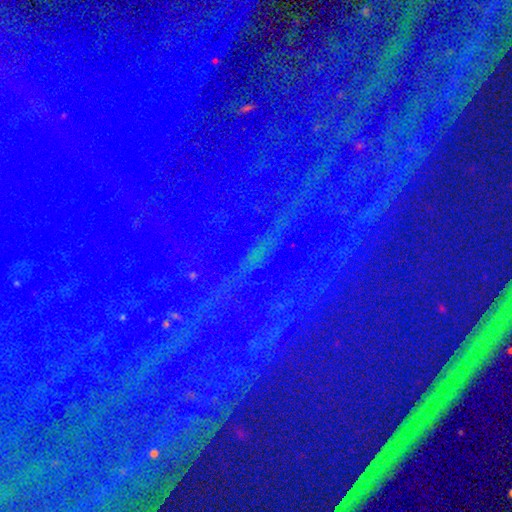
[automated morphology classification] Smooth or featured? Predicted: star or artifact (p=0.88).